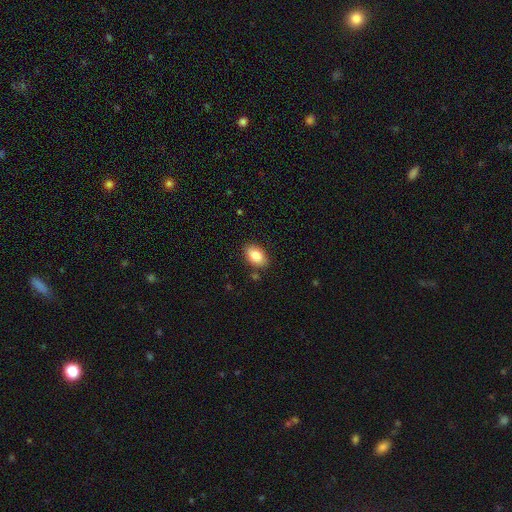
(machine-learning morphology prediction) smooth_or_featured: smooth (p=0.84) [alt: featured or disk p=0.09]
how_rounded: in between (p=0.90) [alt: round p=0.09]
merging: none (p=0.85) [alt: minor disturbance p=0.10]